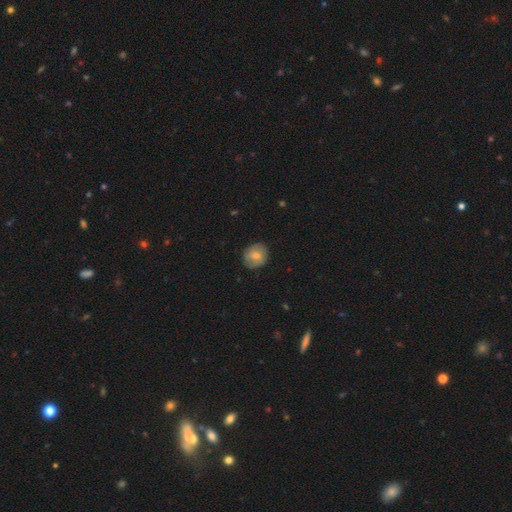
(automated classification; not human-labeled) smooth 60%, featured or disk 32%, star or artifact 7%. Down the decision tree: how rounded — round (68%); merging — none (79%).